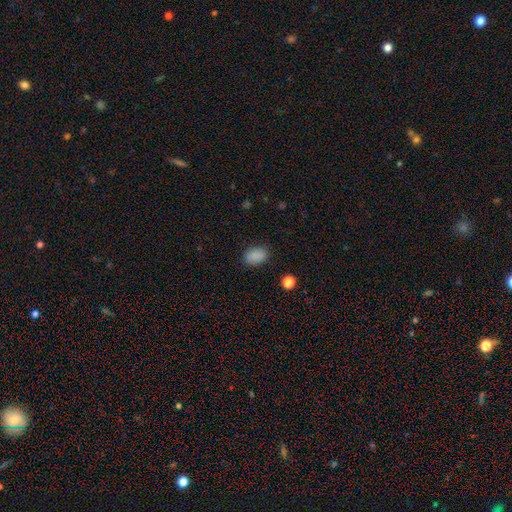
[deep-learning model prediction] Smooth or featured? Predicted: smooth (p=0.88). How rounded? Predicted: in between (p=0.84). Merging? Predicted: none (p=0.86).